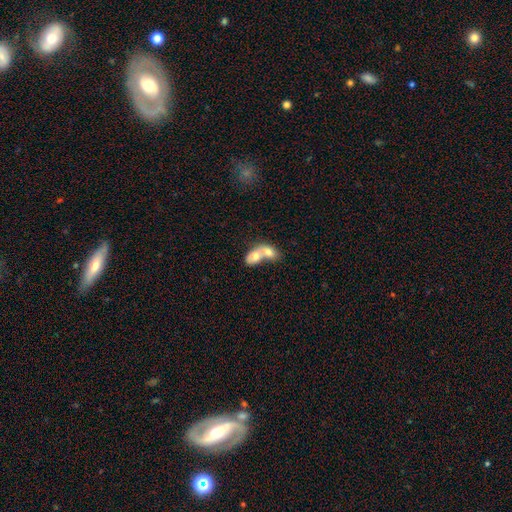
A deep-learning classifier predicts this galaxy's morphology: Smooth or featured?
  - smooth: 69% *
  - featured or disk: 23%
  - star or artifact: 7%
How rounded?
  - in between: 78% *
  - round: 19%
  - cigar-shaped: 3%
Merging?
  - merger: 81% *
  - none: 10%
  - minor disturbance: 4%
  - major disturbance: 4%